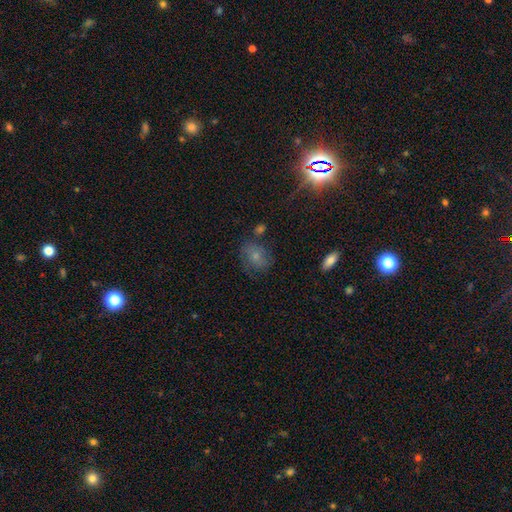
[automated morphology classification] smooth-or-featured: smooth: 54% | featured or disk: 31% | star or artifact: 16%
  how-rounded: in between: 53% | round: 46% | cigar-shaped: 2%
  merging: none: 62% | minor disturbance: 22% | major disturbance: 11% | merger: 5%